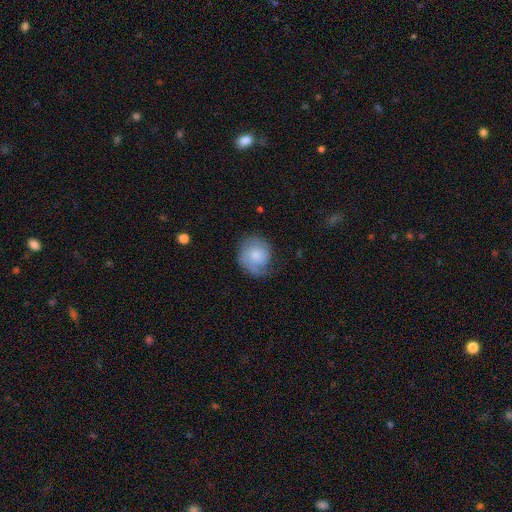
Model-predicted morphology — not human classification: A smooth galaxy with no disk features (51%) that is round (80%). Merging: none (61%).